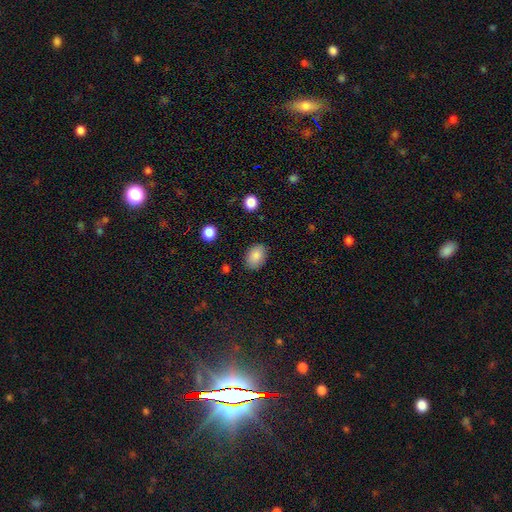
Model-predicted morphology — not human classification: A smooth galaxy with no disk features (87%) that is in between round and cigar-shaped (81%).

Vote fractions:
- Smooth or featured? smooth: 87% / star or artifact: 8% / featured or disk: 5%
- How rounded? in between: 81% / round: 18% / cigar-shaped: 1%
- Merging? none: 85% / minor disturbance: 11% / major disturbance: 3% / merger: 1%